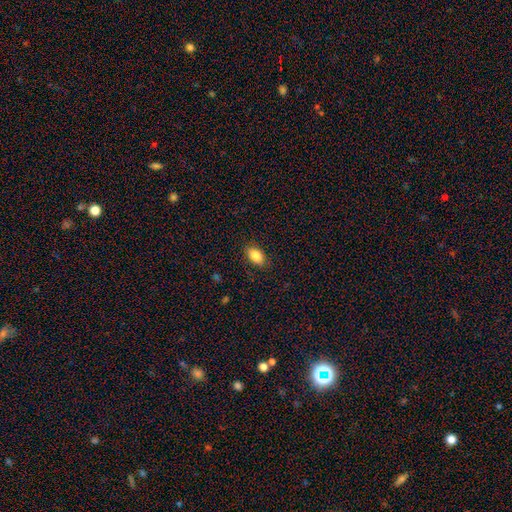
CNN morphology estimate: A smooth galaxy with no disk features (87%) that is in between round and cigar-shaped (91%).

Vote fractions:
- Smooth or featured? smooth: 87% / star or artifact: 8% / featured or disk: 6%
- How rounded? in between: 91% / round: 7% / cigar-shaped: 2%
- Merging? none: 87% / minor disturbance: 10% / major disturbance: 2% / merger: 1%